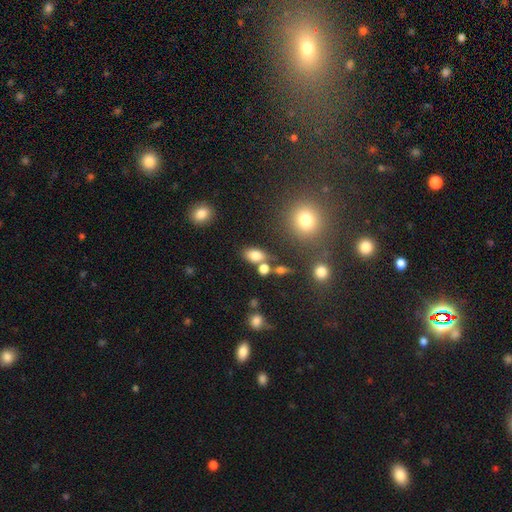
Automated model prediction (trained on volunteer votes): A smooth galaxy with no disk features (78%) that is in between round and cigar-shaped (84%). Merging: none (65%).